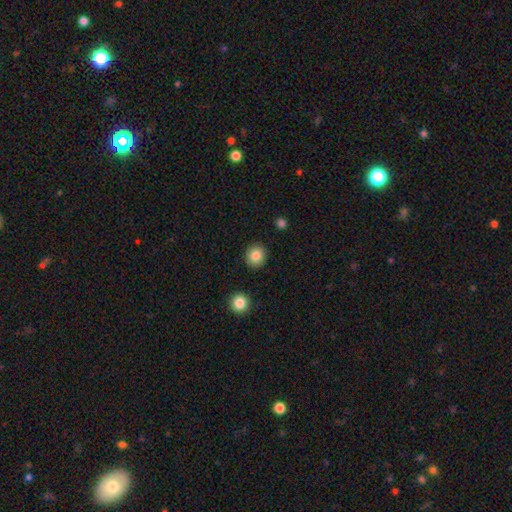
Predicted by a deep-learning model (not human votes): The model was most divided on "how rounded": round: 87%, in between: 12%, cigar-shaped: 1%. More confident: merging — none (91%); smooth or featured — smooth (84%).